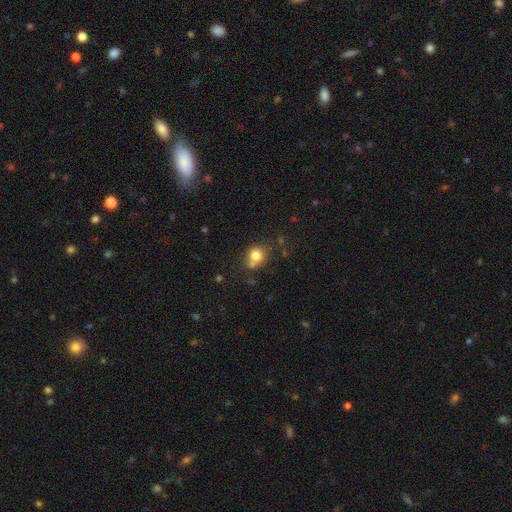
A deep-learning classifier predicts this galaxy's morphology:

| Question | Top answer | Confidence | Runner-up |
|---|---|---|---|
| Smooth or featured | smooth | 79% | star or artifact (11%) |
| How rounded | round | 75% | in between (25%) |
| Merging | none | 56% | merger (20%) |